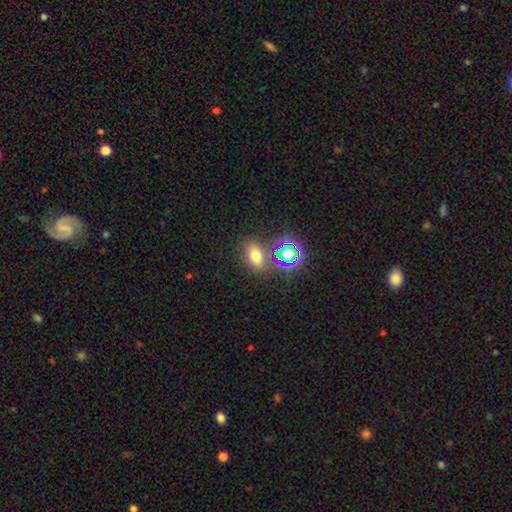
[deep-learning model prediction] A smooth galaxy with no disk features (61%) that is in between round and cigar-shaped (71%).

Vote fractions:
- Smooth or featured? smooth: 61% / star or artifact: 29% / featured or disk: 10%
- How rounded? in between: 71% / round: 26% / cigar-shaped: 3%
- Merging? none: 75% / minor disturbance: 11% / merger: 9% / major disturbance: 4%